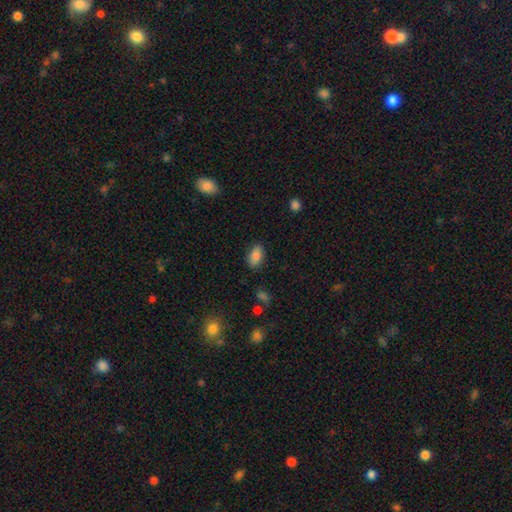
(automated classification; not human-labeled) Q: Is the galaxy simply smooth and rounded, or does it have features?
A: smooth — 84%.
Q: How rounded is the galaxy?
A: in between — 92%.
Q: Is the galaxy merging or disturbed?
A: none — 85%.